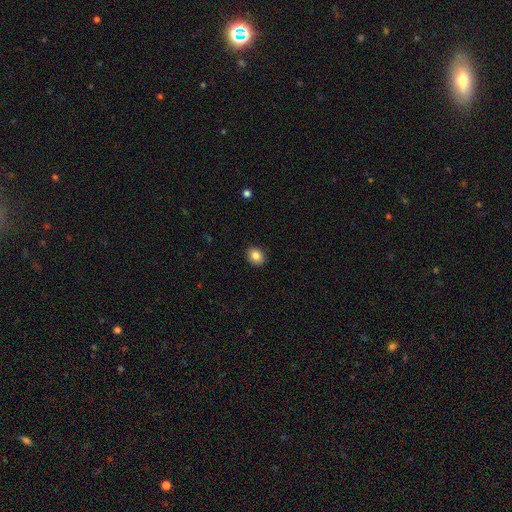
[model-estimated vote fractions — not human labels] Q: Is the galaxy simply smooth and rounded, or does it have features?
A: smooth — 84%.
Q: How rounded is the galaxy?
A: in between — 50%.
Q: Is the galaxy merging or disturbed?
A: none — 90%.